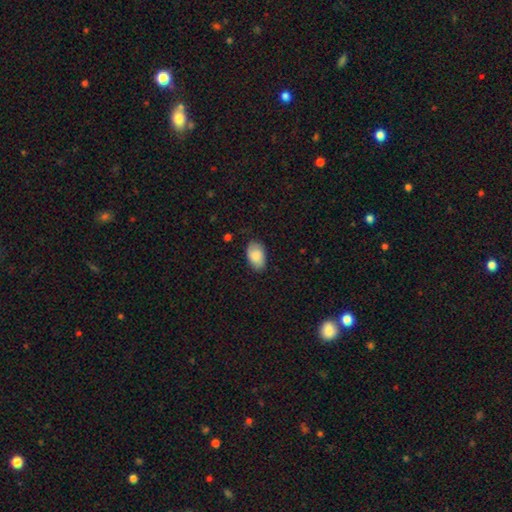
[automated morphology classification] smooth-or-featured: smooth: 86% | featured or disk: 8% | star or artifact: 6%
  how-rounded: in between: 91% | round: 8% | cigar-shaped: 1%
  merging: none: 74% | minor disturbance: 21% | major disturbance: 4% | merger: 1%